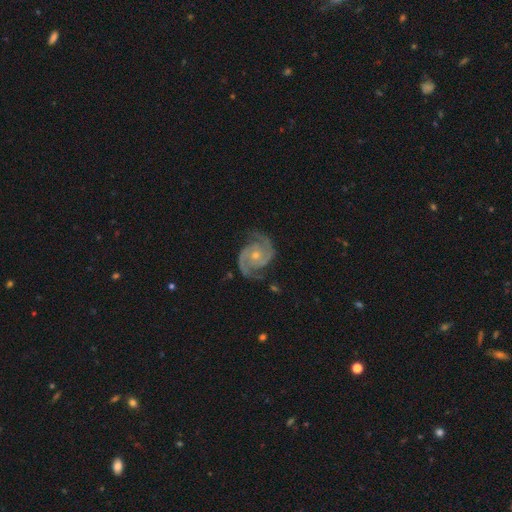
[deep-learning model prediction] smooth_or_featured: featured or disk (p=0.93) [alt: star or artifact p=0.04]
disk_edge_on: no (p=0.98) [alt: yes p=0.02]
bar: no (p=0.72) [alt: weak p=0.22]
has_spiral_arms: yes (p=0.99) [alt: no p=0.01]
spiral_winding: medium (p=0.52) [alt: tight p=0.38]
spiral_arm_count: 2 (p=0.90) [alt: 3 p=0.04]
bulge_size: small (p=0.54) [alt: moderate p=0.43]
merging: none (p=0.78) [alt: minor disturbance p=0.16]